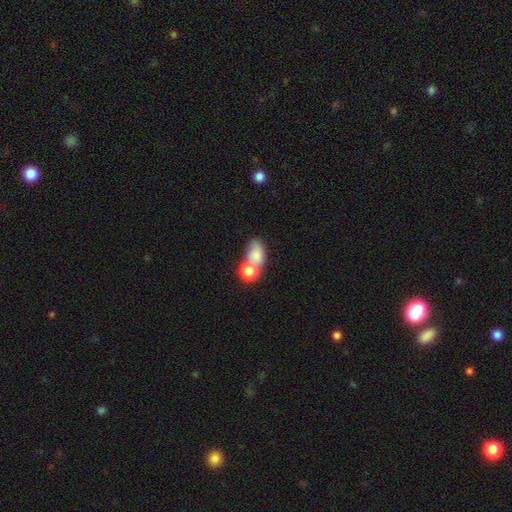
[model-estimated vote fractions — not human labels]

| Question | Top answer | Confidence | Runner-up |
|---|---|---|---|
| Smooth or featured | smooth | 75% | featured or disk (15%) |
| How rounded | in between | 70% | round (27%) |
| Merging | merger | 57% | none (25%) |